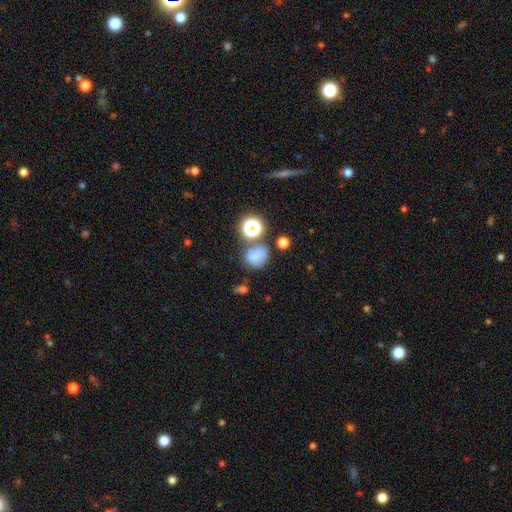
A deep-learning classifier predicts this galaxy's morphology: smooth 65%, star or artifact 21%, featured or disk 15%. Down the decision tree: how rounded — round (68%); merging — none (57%).